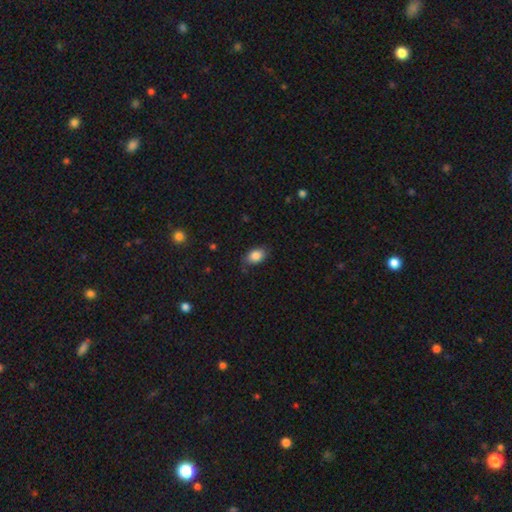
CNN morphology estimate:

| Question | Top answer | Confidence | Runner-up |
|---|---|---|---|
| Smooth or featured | smooth | 85% | star or artifact (8%) |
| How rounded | in between | 84% | round (15%) |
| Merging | none | 76% | minor disturbance (19%) |